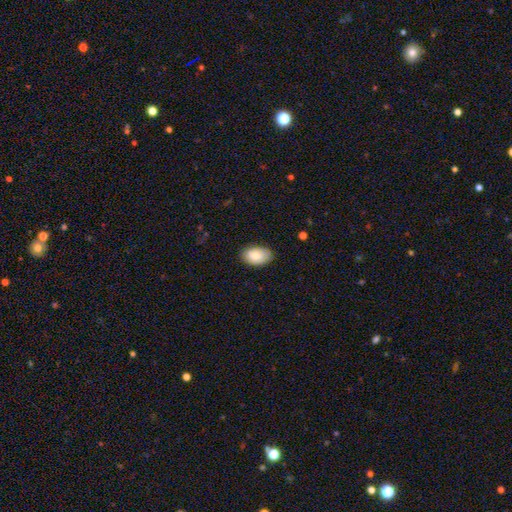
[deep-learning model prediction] smooth_or_featured: smooth (p=0.84) [alt: featured or disk p=0.10]
how_rounded: in between (p=0.91) [alt: round p=0.08]
merging: none (p=0.83) [alt: minor disturbance p=0.14]